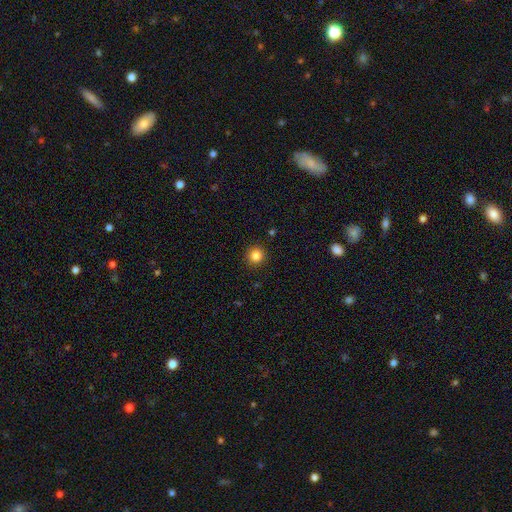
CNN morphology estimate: A smooth galaxy with no disk features (84%) that is round (95%). Merging: none (92%).